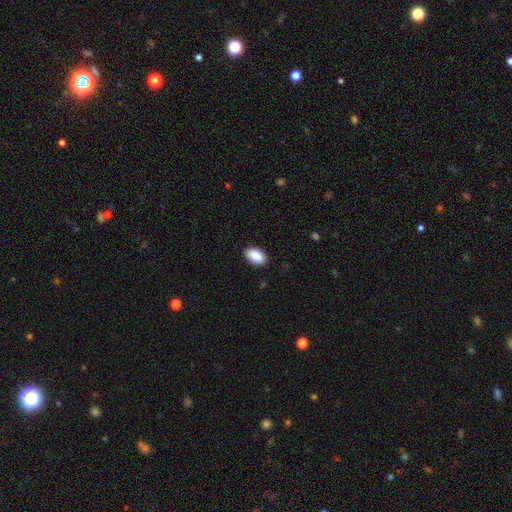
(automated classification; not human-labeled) Smooth or featured: smooth — 89% (star or artifact — 6%)
How rounded: in between — 94% (round — 5%)
Merging: none — 89% (minor disturbance — 8%)